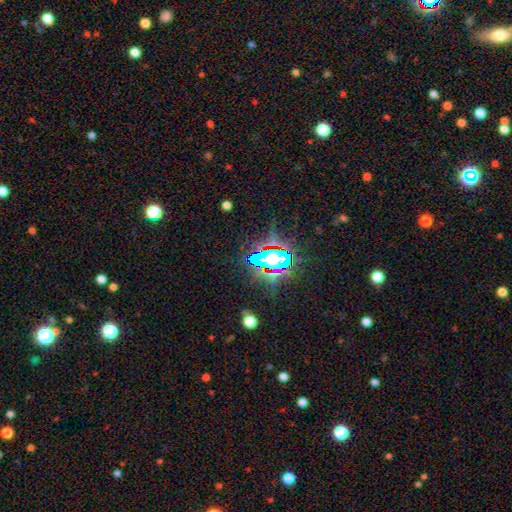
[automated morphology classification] The model was most divided on "smooth or featured": star or artifact: 81%, smooth: 11%, featured or disk: 8%.